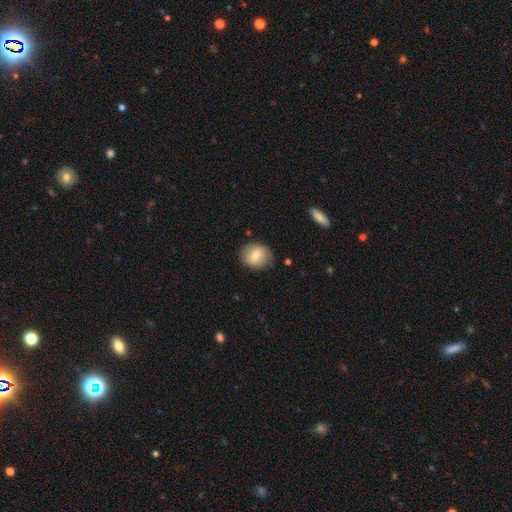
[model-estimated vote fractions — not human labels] Smooth or featured? smooth (73%)
How rounded? round (65%)
Merging? none (83%)